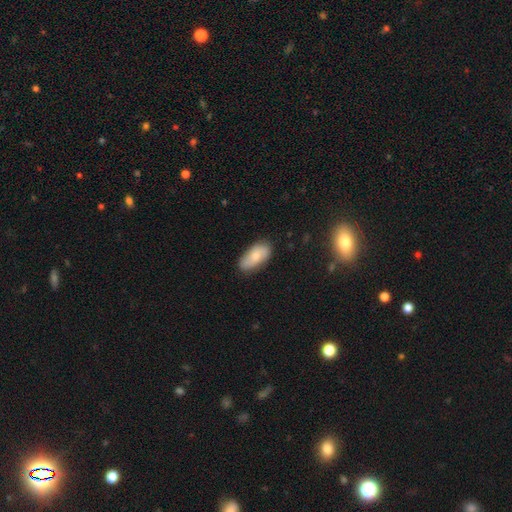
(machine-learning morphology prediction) The model was most divided on "smooth or featured": smooth: 70%, featured or disk: 24%, star or artifact: 6%. More confident: how rounded — in between (92%); merging — none (78%).